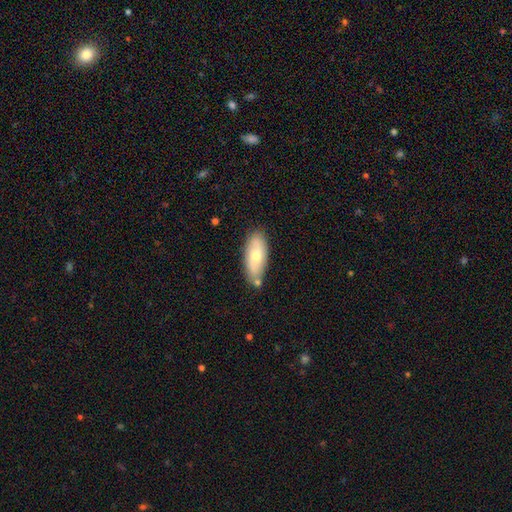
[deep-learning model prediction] The model was most divided on "smooth or featured": smooth: 60%, featured or disk: 34%, star or artifact: 6%. More confident: how rounded — in between (83%); merging — none (69%).